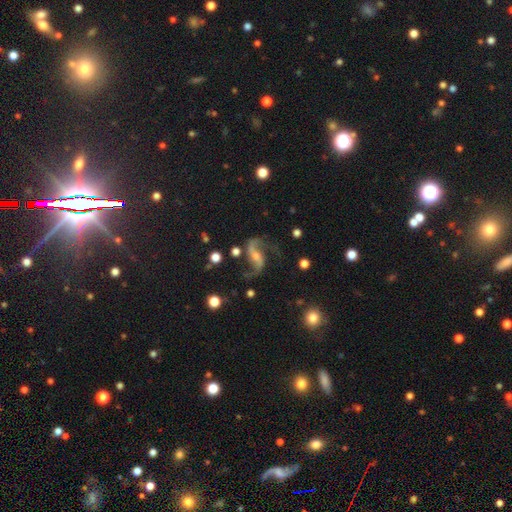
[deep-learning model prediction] smooth_or_featured: featured or disk (p=0.90) [alt: star or artifact p=0.06]
disk_edge_on: no (p=0.97) [alt: yes p=0.03]
bar: weak (p=0.38) [alt: strong p=0.31]
has_spiral_arms: yes (p=0.97) [alt: no p=0.03]
spiral_winding: loose (p=0.78) [alt: medium p=0.19]
spiral_arm_count: 2 (p=0.94) [alt: 1 p=0.02]
bulge_size: small (p=0.51) [alt: moderate p=0.38]
merging: none (p=0.72) [alt: minor disturbance p=0.15]